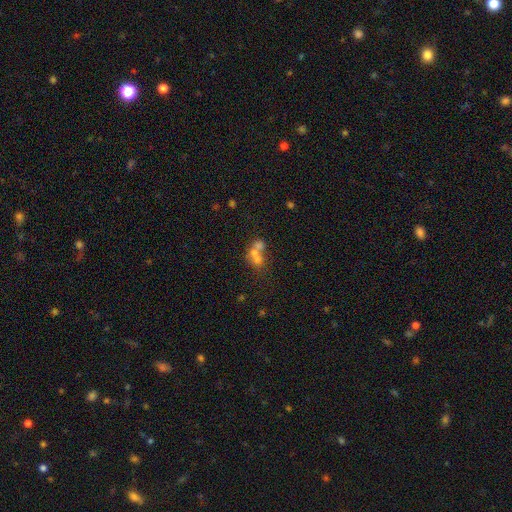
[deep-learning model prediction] This appears to be a smooth galaxy with no disk features (56%) that is round (57%). Merging: merger (65%).